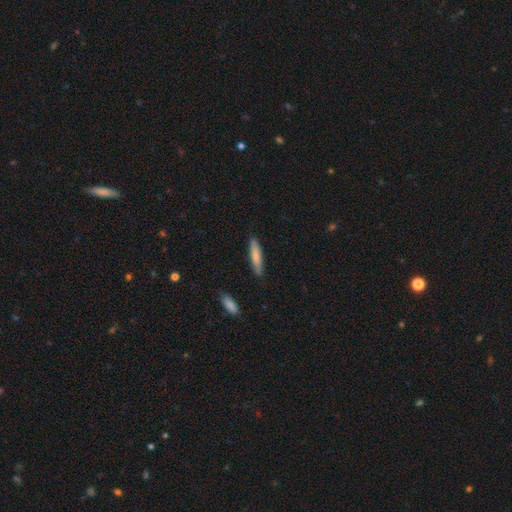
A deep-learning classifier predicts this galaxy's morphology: Smooth or featured?
  - smooth: 77% *
  - featured or disk: 18%
  - star or artifact: 5%
How rounded?
  - cigar-shaped: 85% *
  - in between: 14%
  - round: 1%
Merging?
  - none: 85% *
  - minor disturbance: 12%
  - major disturbance: 2%
  - merger: 2%